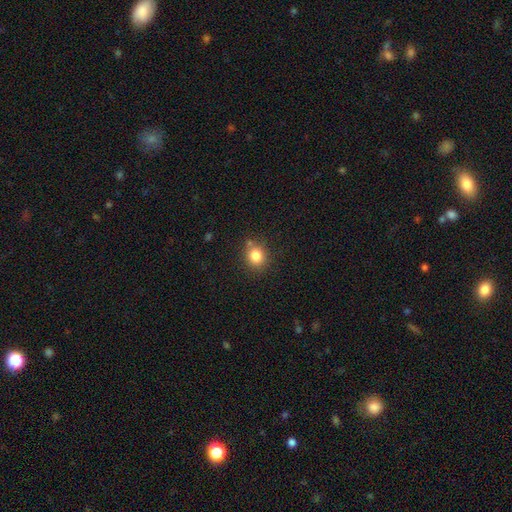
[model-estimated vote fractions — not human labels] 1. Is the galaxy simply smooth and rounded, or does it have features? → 82% smooth, 11% star or artifact, 6% featured or disk.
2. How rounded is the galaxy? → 78% round, 21% in between, 1% cigar-shaped.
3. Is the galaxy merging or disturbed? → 78% none, 12% minor disturbance, 7% merger, 3% major disturbance.